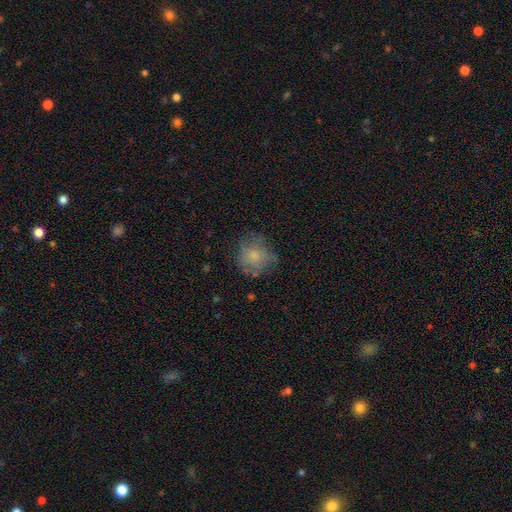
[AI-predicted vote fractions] This is likely a smooth galaxy (65%). How rounded: clearly round (81%). Merging: likely none (63%).